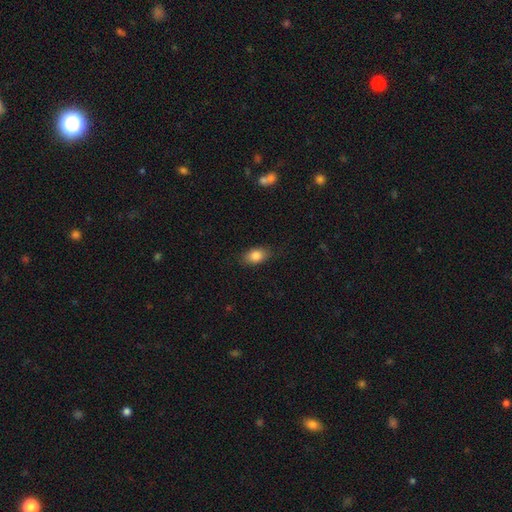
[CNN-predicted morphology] smooth-or-featured: smooth: 83% | featured or disk: 8% | star or artifact: 8%
  how-rounded: in between: 85% | round: 13% | cigar-shaped: 3%
  merging: none: 83% | minor disturbance: 13% | major disturbance: 3% | merger: 1%